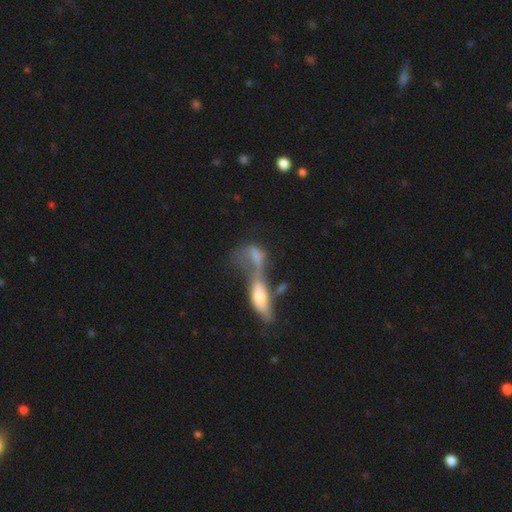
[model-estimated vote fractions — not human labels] Morphology: type=smooth (48%); merging=merger (57%).